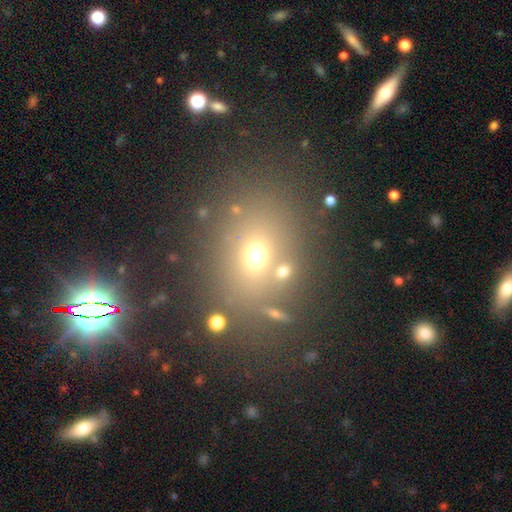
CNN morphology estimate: type=smooth (64%); roundness=round (56%); merging=none (68%).